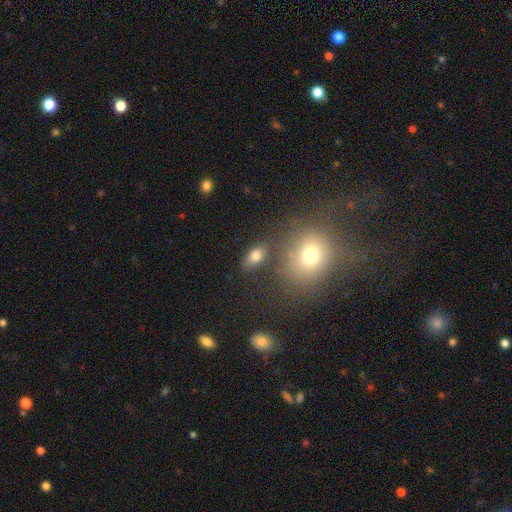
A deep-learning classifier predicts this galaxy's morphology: smooth-or-featured: smooth: 77% | star or artifact: 12% | featured or disk: 11%
  how-rounded: in between: 84% | round: 13% | cigar-shaped: 3%
  merging: none: 75% | minor disturbance: 12% | merger: 9% | major disturbance: 5%